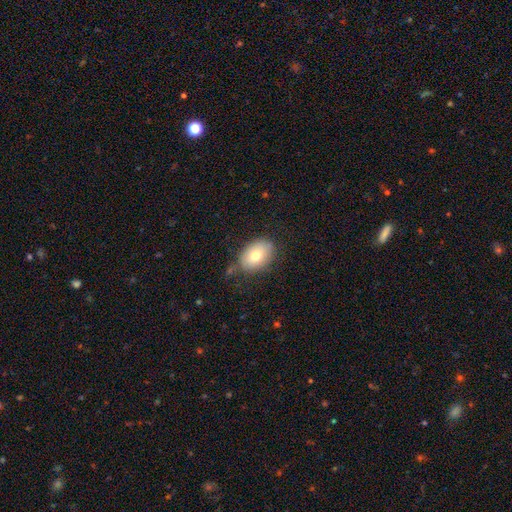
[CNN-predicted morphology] type=smooth (76%); roundness=in between (81%); merging=none (73%).